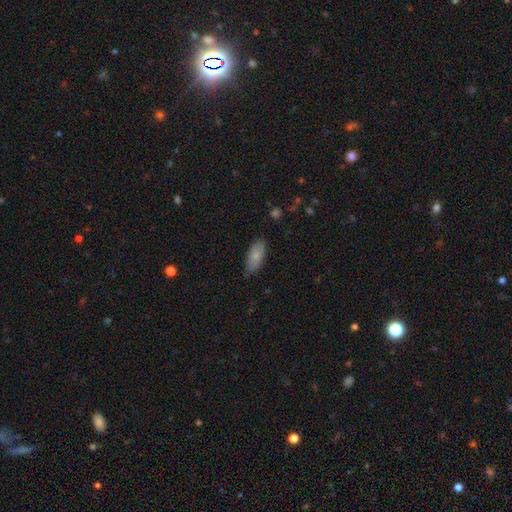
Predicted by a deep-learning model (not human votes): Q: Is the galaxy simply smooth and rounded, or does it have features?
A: smooth — 82%.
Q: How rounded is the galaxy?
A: in between — 84%.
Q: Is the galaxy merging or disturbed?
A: none — 80%.